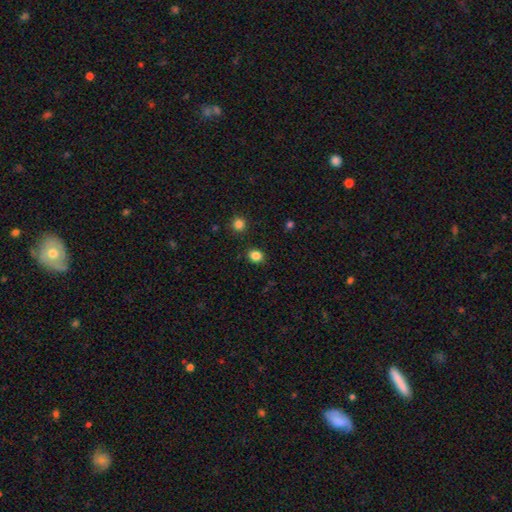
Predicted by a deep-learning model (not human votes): This is clearly a smooth galaxy (84%). How rounded: likely round (68%). Merging: clearly none (88%).